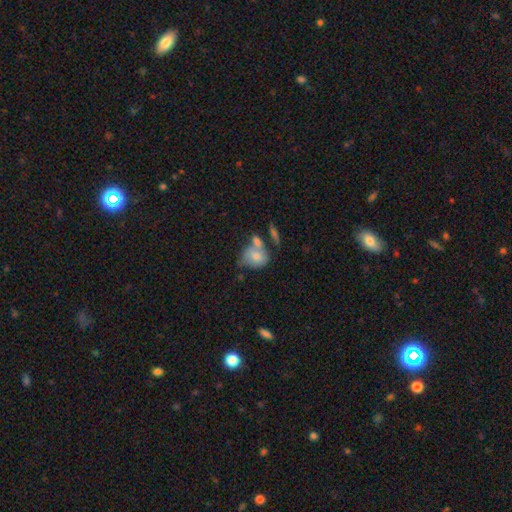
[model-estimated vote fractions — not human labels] This appears to be a smooth galaxy with no disk features (71%) that is round (53%). Merging: merger (39%).